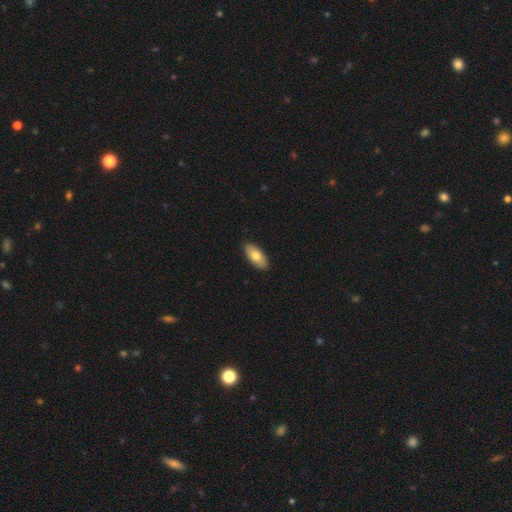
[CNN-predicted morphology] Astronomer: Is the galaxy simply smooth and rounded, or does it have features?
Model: smooth — 75%.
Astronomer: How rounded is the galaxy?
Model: in between — 89%.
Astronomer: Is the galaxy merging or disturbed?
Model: none — 90%.